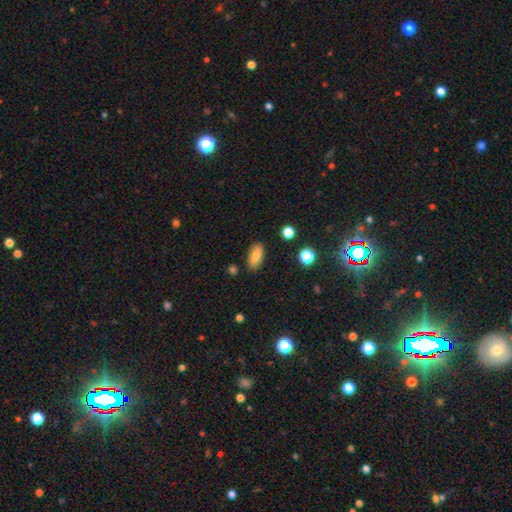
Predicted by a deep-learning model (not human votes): Smooth or featured: smooth — 84% (star or artifact — 9%)
How rounded: in between — 87% (cigar-shaped — 9%)
Merging: none — 85% (minor disturbance — 11%)